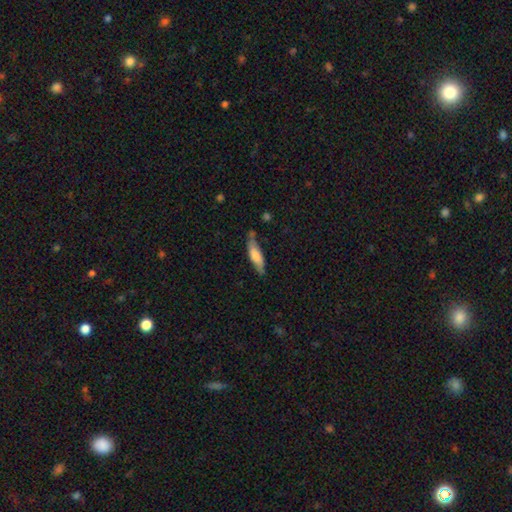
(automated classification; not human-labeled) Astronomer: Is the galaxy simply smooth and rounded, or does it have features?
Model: smooth — 68%.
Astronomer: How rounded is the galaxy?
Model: cigar-shaped — 56% (runner-up: in between, 42%).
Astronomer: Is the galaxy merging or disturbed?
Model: none — 63%.